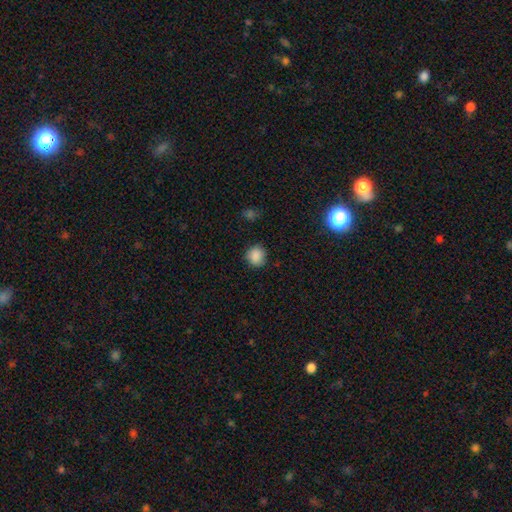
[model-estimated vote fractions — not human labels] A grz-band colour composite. It shows a smooth galaxy with no disk features (87%) that is round (90%). Merging: none (85%).